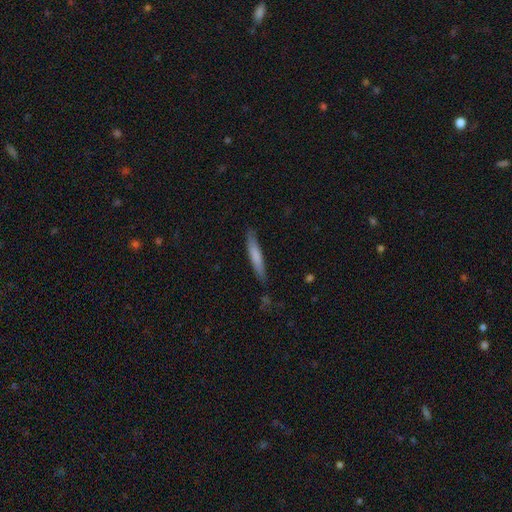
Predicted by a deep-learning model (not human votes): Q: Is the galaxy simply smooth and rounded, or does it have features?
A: smooth — 73%.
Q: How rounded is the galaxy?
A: cigar-shaped — 93%.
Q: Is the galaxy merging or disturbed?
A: none — 84%.